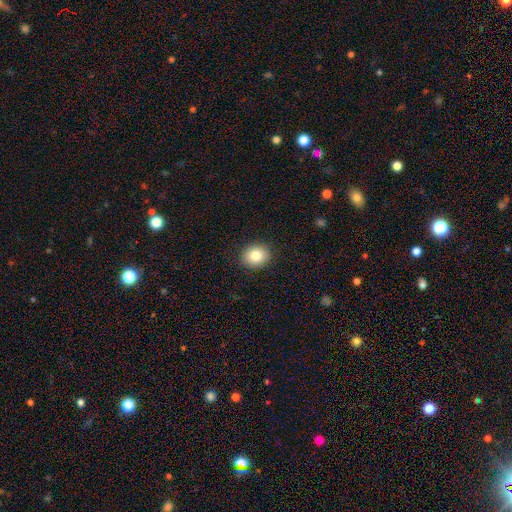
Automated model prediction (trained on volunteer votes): Smooth or featured?
  - smooth: 84% *
  - star or artifact: 9%
  - featured or disk: 7%
How rounded?
  - round: 64% *
  - in between: 35%
  - cigar-shaped: 1%
Merging?
  - none: 90% *
  - minor disturbance: 7%
  - major disturbance: 2%
  - merger: 1%